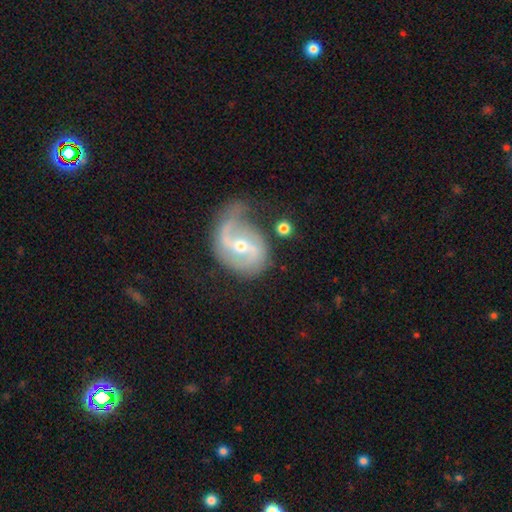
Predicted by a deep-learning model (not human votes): Q: Smooth or featured?
A: featured or disk (86%); runner-up: smooth (8%)
Q: Edge-on disk?
A: no (97%); runner-up: yes (3%)
Q: Bar?
A: weak (44%); runner-up: strong (29%)
Q: Spiral arms?
A: yes (95%); runner-up: no (5%)
Q: Spiral winding?
A: medium (43%); runner-up: loose (41%)
Q: Spiral arm count?
A: 2 (79%); runner-up: 1 (12%)
Q: Bulge size?
A: moderate (52%); runner-up: small (45%)
Q: Merging?
A: none (47%); runner-up: minor disturbance (29%)